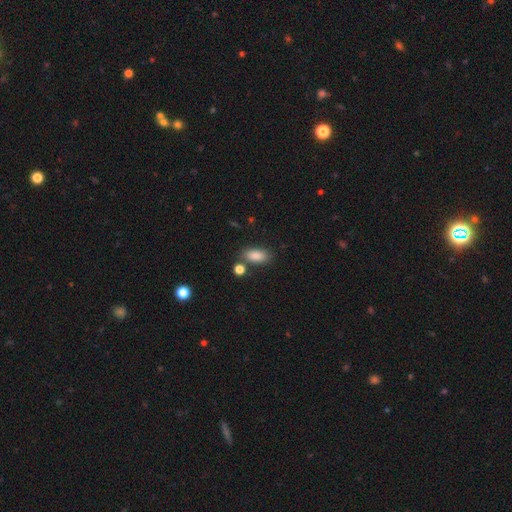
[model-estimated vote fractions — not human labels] smooth_or_featured: smooth (p=0.86) [alt: star or artifact p=0.08]
how_rounded: in between (p=0.88) [alt: cigar-shaped p=0.07]
merging: none (p=0.75) [alt: minor disturbance p=0.12]